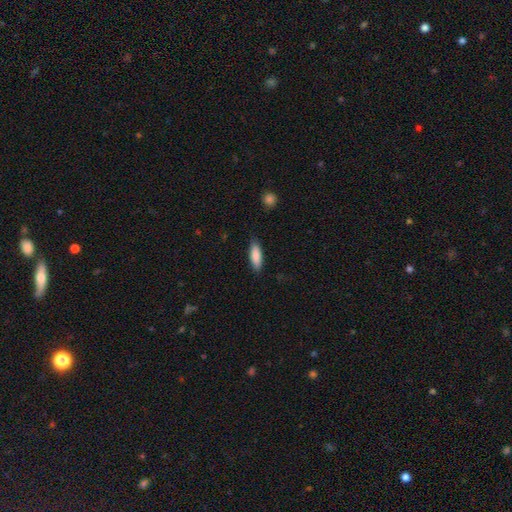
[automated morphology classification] This is clearly a smooth galaxy (85%). How rounded: possibly in between (53%). Merging: clearly none (86%).